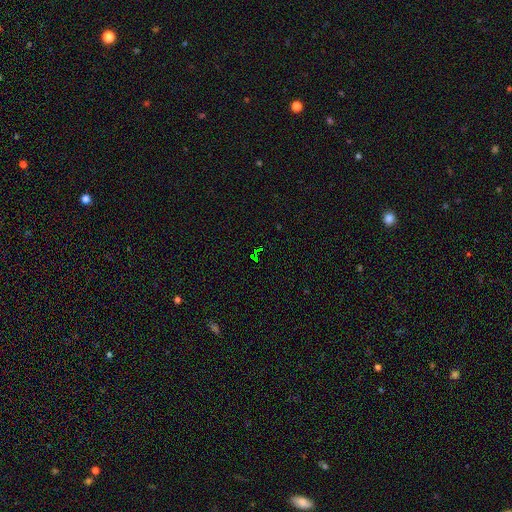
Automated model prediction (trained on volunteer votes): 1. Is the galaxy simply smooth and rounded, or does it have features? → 75% star or artifact, 15% smooth, 10% featured or disk.